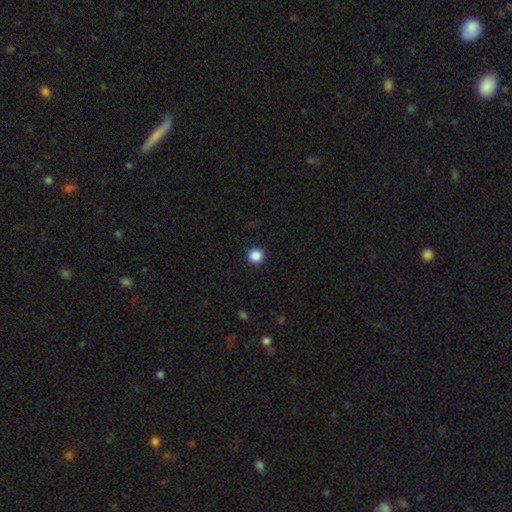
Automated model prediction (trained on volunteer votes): The model was most divided on "smooth or featured": smooth: 87%, star or artifact: 10%, featured or disk: 3%. More confident: how rounded — round (96%); merging — none (93%).